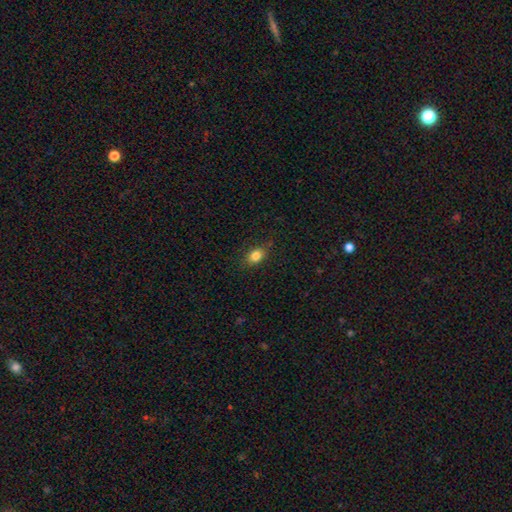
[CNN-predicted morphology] Q: Smooth or featured?
A: smooth (83%); runner-up: star or artifact (10%)
Q: How rounded?
A: in between (72%); runner-up: round (26%)
Q: Merging?
A: none (82%); runner-up: minor disturbance (13%)